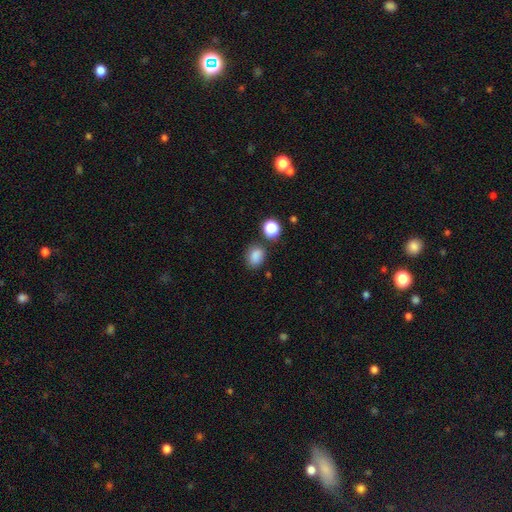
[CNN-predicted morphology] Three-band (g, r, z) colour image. It shows a smooth galaxy with no disk features (84%) that is in between round and cigar-shaped (58%). Merging: none (72%).